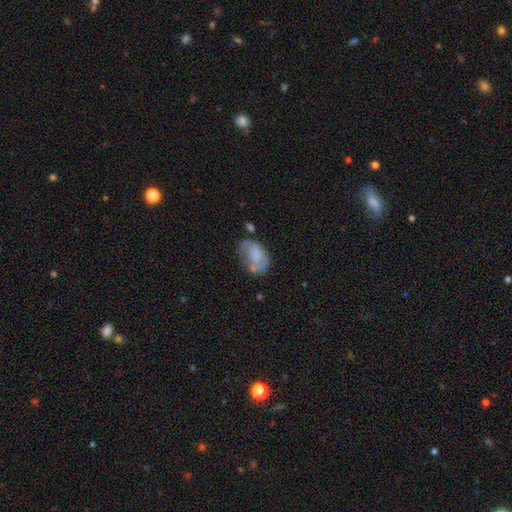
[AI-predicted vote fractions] Q: Smooth or featured?
A: smooth (61%); runner-up: featured or disk (30%)
Q: How rounded?
A: in between (86%); runner-up: round (13%)
Q: Merging?
A: none (38%); runner-up: minor disturbance (31%)